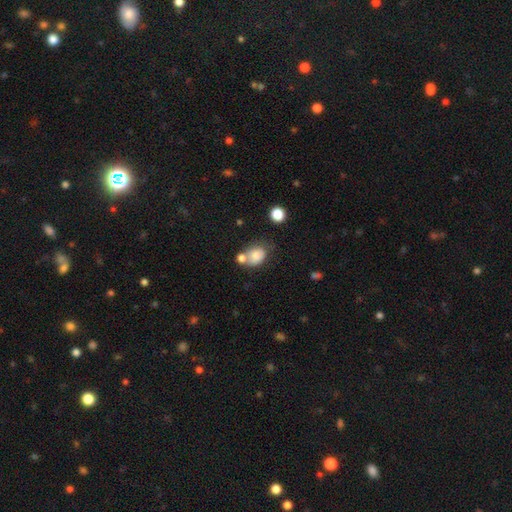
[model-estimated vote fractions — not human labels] Smooth or featured? Predicted: smooth (p=0.75). How rounded? Predicted: in between (p=0.57). Merging? Predicted: none (p=0.40).